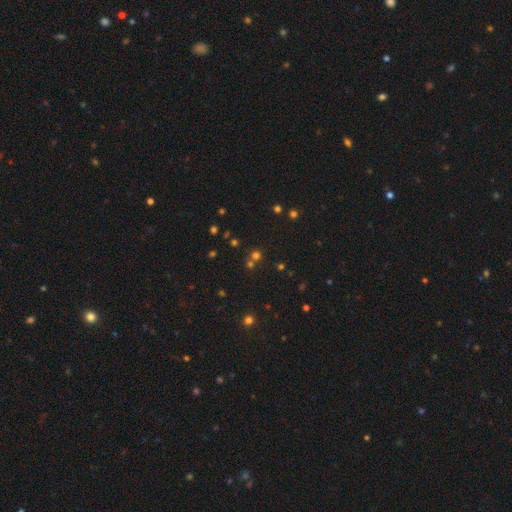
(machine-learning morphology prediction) This appears to be a smooth galaxy with no disk features (55%) that is round (91%). Merging: none (66%).